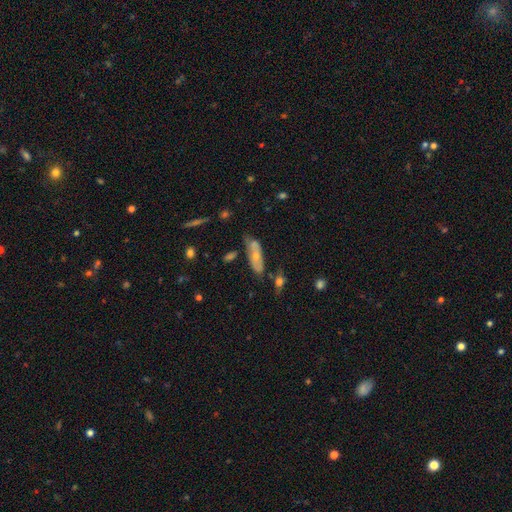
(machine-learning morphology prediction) A smooth galaxy with no disk features (47%). Merging: none (55%).